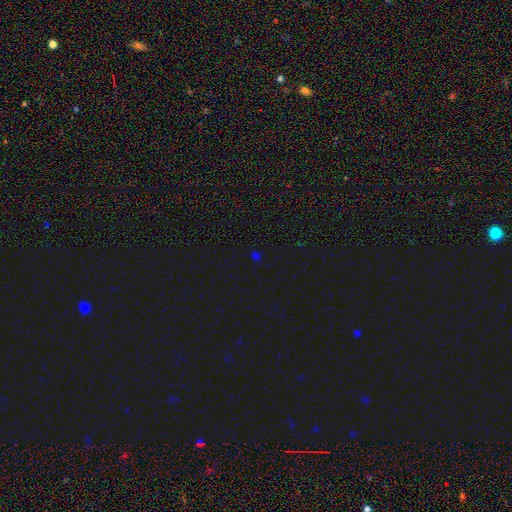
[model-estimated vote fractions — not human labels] A star or artifact, not a galaxy (55%).

Vote fractions:
- Smooth or featured? star or artifact: 55% / smooth: 40% / featured or disk: 6%